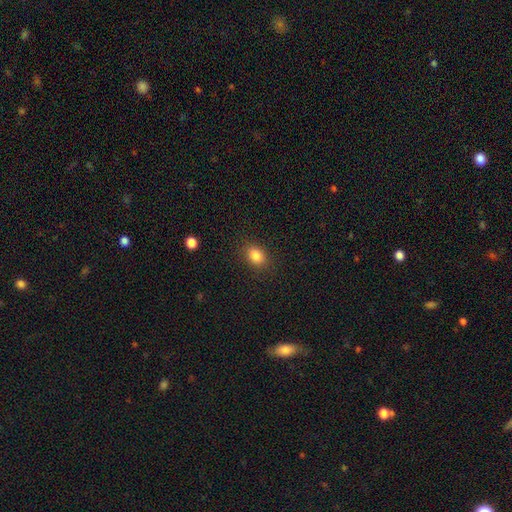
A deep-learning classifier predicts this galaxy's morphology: type=smooth (84%); roundness=in between (63%); merging=none (87%).